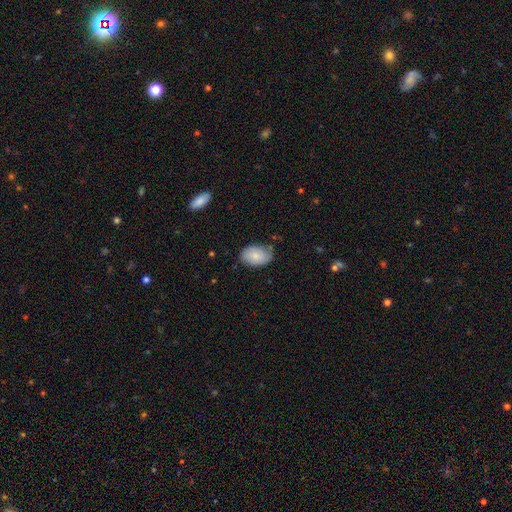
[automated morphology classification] This appears to be a smooth galaxy with no disk features (79%) that is in between round and cigar-shaped (89%). Merging: none (71%).